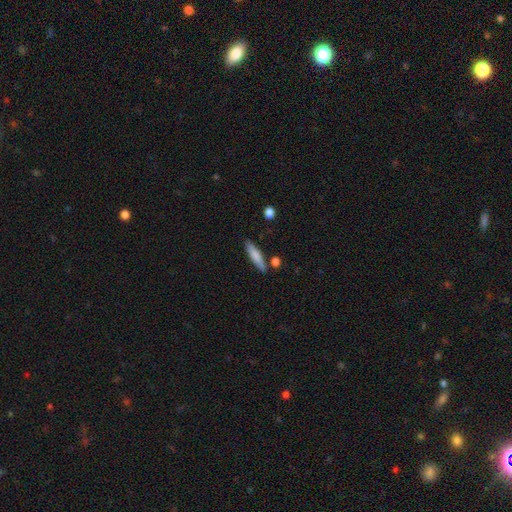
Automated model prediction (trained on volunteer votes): A smooth galaxy with no disk features (75%) that is cigar-shaped (81%).

Vote fractions:
- Smooth or featured? smooth: 75% / featured or disk: 18% / star or artifact: 6%
- How rounded? cigar-shaped: 81% / in between: 17% / round: 2%
- Merging? none: 82% / minor disturbance: 11% / merger: 5% / major disturbance: 2%